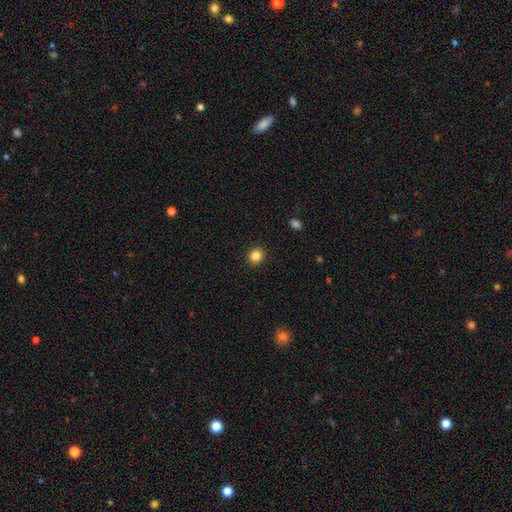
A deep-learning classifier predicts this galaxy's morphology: This is clearly a smooth galaxy (85%). How rounded: clearly round (84%). Merging: clearly none (92%).